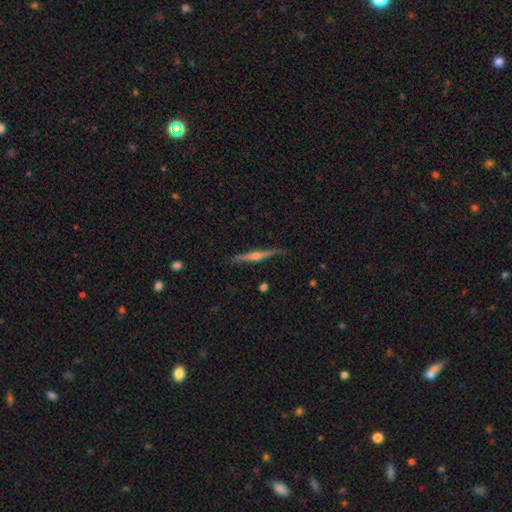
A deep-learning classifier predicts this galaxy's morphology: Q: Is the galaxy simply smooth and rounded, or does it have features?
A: featured or disk — 80%.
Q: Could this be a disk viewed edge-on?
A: yes — 98%.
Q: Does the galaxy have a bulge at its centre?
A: rounded — 89%.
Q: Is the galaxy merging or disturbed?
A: none — 89%.